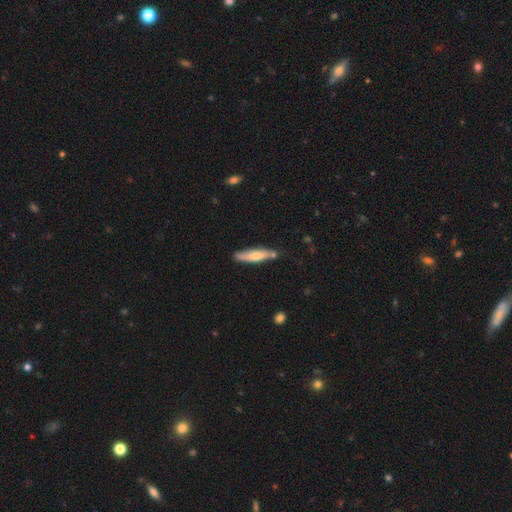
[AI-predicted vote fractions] The model was most divided on "smooth or featured": smooth: 58%, featured or disk: 37%, star or artifact: 5%. More confident: how rounded — cigar-shaped (76%); merging — none (73%).